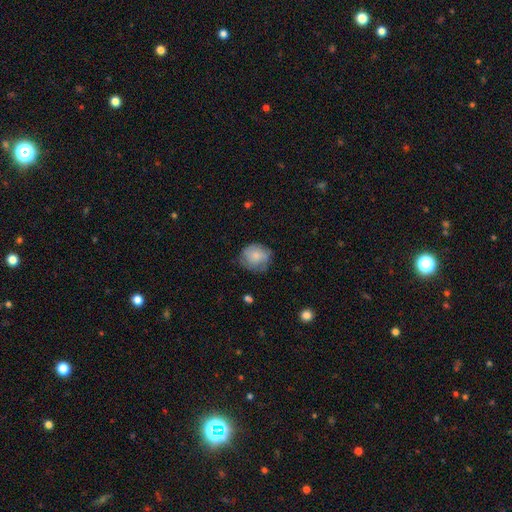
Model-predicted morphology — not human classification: Q: Smooth or featured?
A: smooth (67%); runner-up: featured or disk (26%)
Q: How rounded?
A: round (79%); runner-up: in between (20%)
Q: Merging?
A: none (64%); runner-up: minor disturbance (26%)